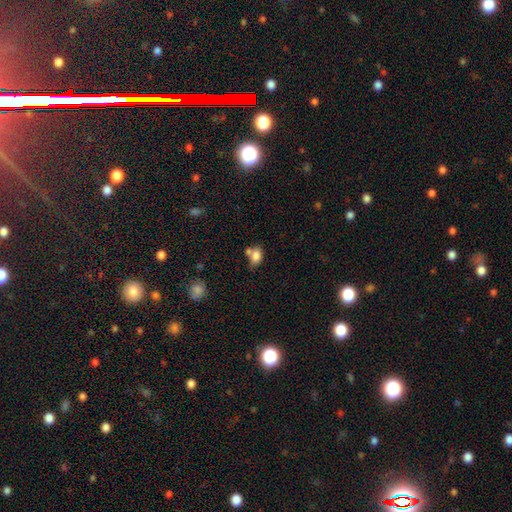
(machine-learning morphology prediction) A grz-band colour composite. It shows a smooth galaxy with no disk features (81%) that is in between round and cigar-shaped (81%). Merging: none (46%).